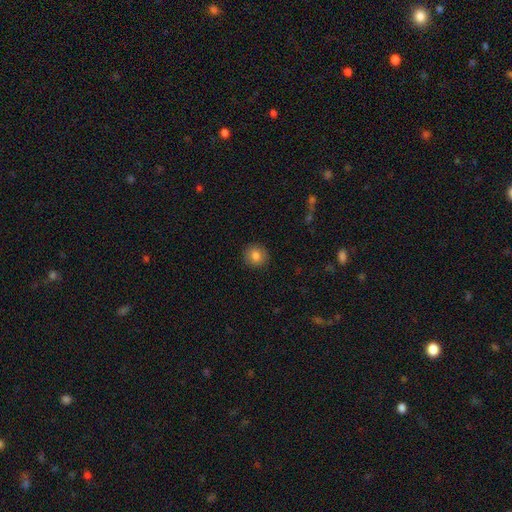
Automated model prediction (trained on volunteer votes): smooth-or-featured: smooth: 83% | star or artifact: 9% | featured or disk: 7%
  how-rounded: round: 90% | in between: 9% | cigar-shaped: 1%
  merging: none: 90% | minor disturbance: 7% | major disturbance: 2% | merger: 1%